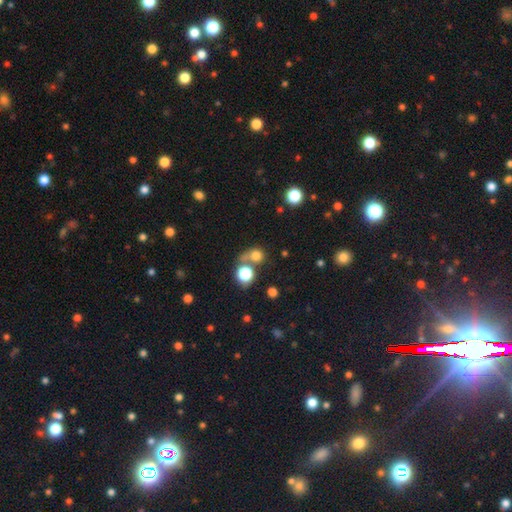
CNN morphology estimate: Smooth or featured? Predicted: smooth (p=0.73). How rounded? Predicted: round (p=0.81). Merging? Predicted: none (p=0.45).